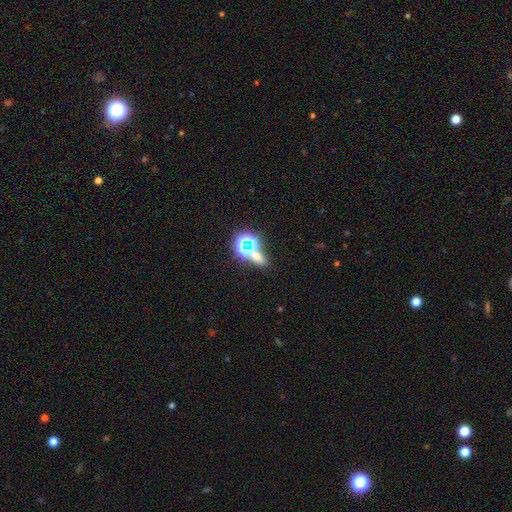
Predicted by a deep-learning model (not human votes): Overall: star or artifact (47%; smooth 43%).